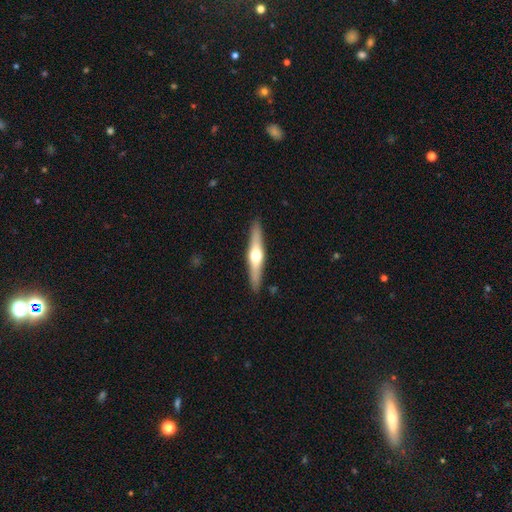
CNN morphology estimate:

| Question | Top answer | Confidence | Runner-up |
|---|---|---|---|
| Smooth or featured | featured or disk | 65% | smooth (31%) |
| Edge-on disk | yes | 96% | no (4%) |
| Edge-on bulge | rounded | 94% | boxy (3%) |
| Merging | none | 91% | minor disturbance (7%) |